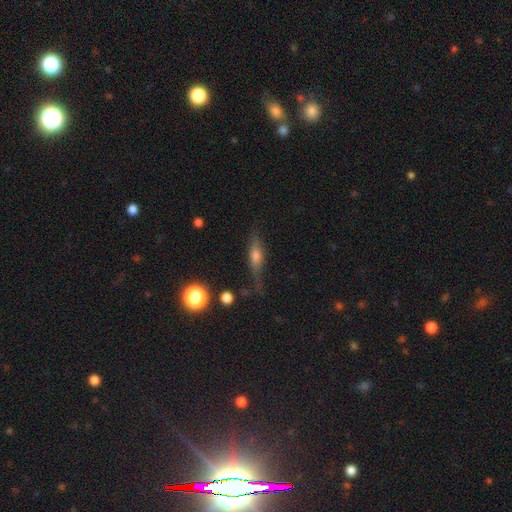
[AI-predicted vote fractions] smooth_or_featured: featured or disk (p=0.50) [alt: smooth p=0.39]
disk_edge_on: yes (p=0.89) [alt: no p=0.11]
merging: none (p=0.69) [alt: minor disturbance p=0.21]